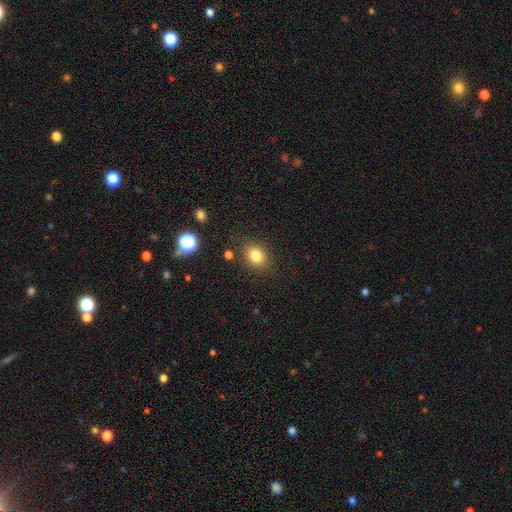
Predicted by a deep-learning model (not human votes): The model was most divided on "how rounded": in between: 56%, round: 43%, cigar-shaped: 1%. More confident: merging — none (83%); smooth or featured — smooth (81%).